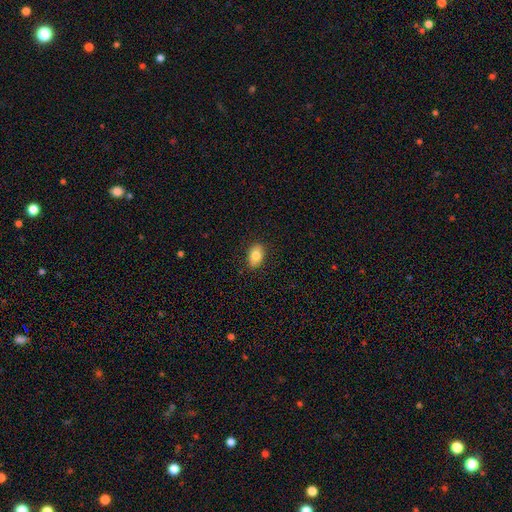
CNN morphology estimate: The model was most divided on "smooth or featured": smooth: 81%, featured or disk: 11%, star or artifact: 8%. More confident: merging — none (88%); how rounded — in between (86%).